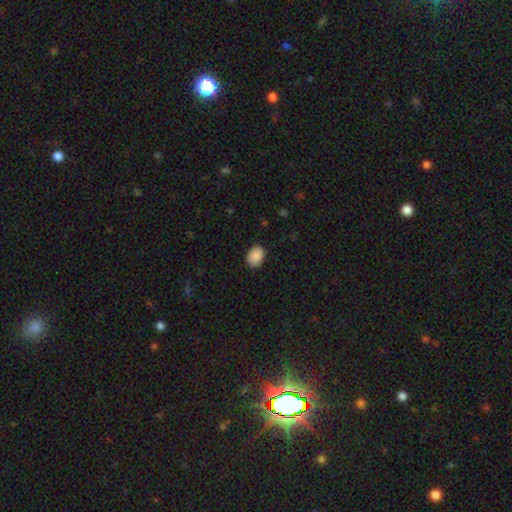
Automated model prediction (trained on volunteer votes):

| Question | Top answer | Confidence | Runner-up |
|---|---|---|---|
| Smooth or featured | smooth | 90% | star or artifact (7%) |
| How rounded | in between | 72% | round (27%) |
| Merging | none | 88% | minor disturbance (9%) |